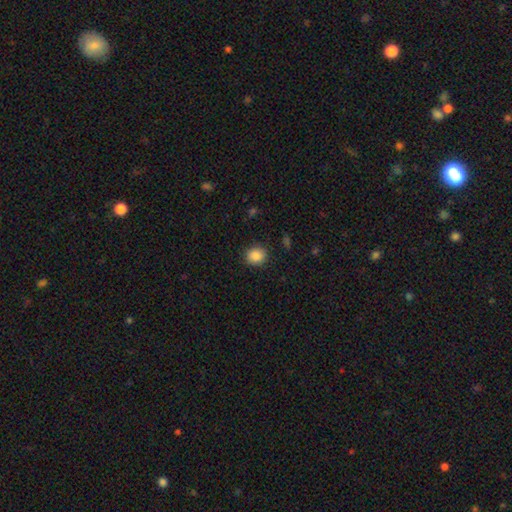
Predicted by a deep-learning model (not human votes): The model was most divided on "how rounded": round: 70%, in between: 29%, cigar-shaped: 1%. More confident: smooth or featured — smooth (88%); merging — none (86%).